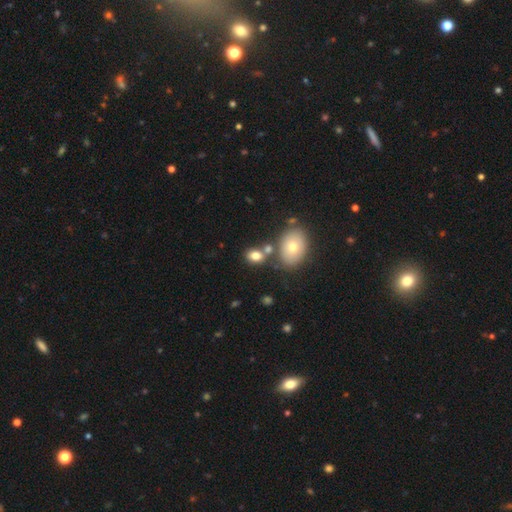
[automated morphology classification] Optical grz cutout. It shows a smooth galaxy with no disk features (76%) that is in between round and cigar-shaped (71%). Merging: none (60%).